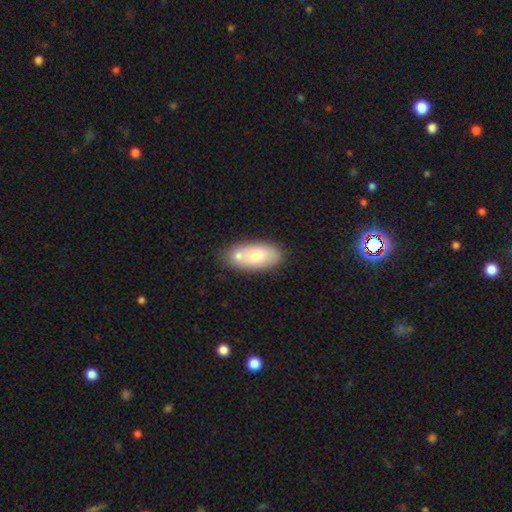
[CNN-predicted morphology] Smooth or featured? smooth (73%)
How rounded? in between (90%)
Merging? none (57%)